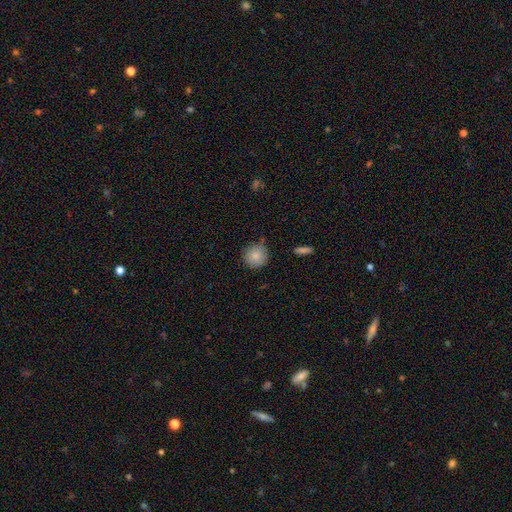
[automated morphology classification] smooth_or_featured: smooth (p=0.86) [alt: star or artifact p=0.08]
how_rounded: round (p=0.92) [alt: in between p=0.07]
merging: none (p=0.80) [alt: minor disturbance p=0.14]